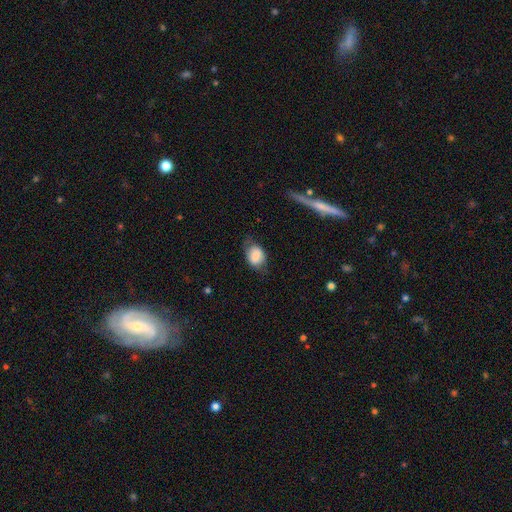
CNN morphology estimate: Smooth or featured: smooth — 79% (featured or disk — 13%)
How rounded: in between — 73% (round — 26%)
Merging: none — 61% (minor disturbance — 27%)